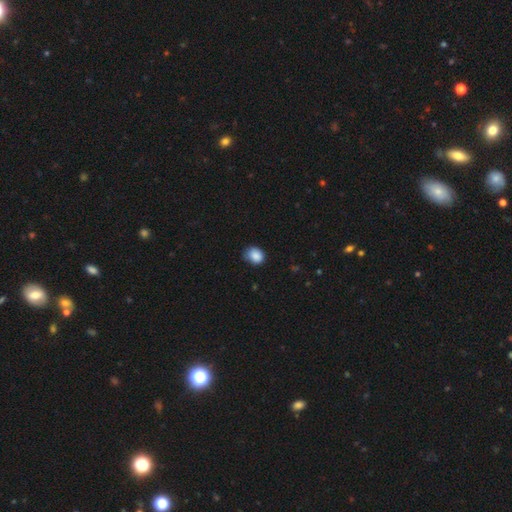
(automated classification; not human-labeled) Overall: smooth (87%). How rounded: round (56%; in between 43%). Merging: none (63%; minor disturbance 30%).